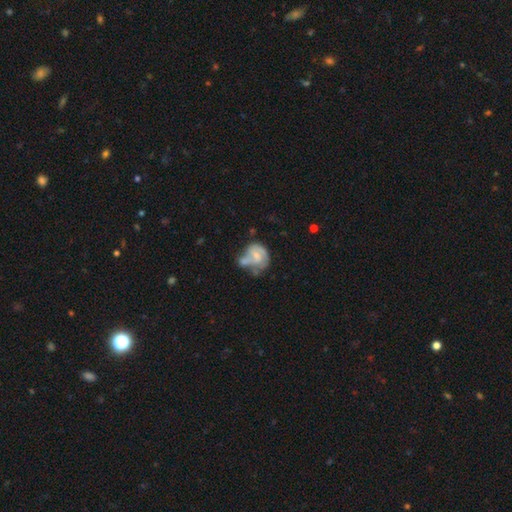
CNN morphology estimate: This is possibly a featured or disk galaxy (49%). Merging: marginally merger (38%).